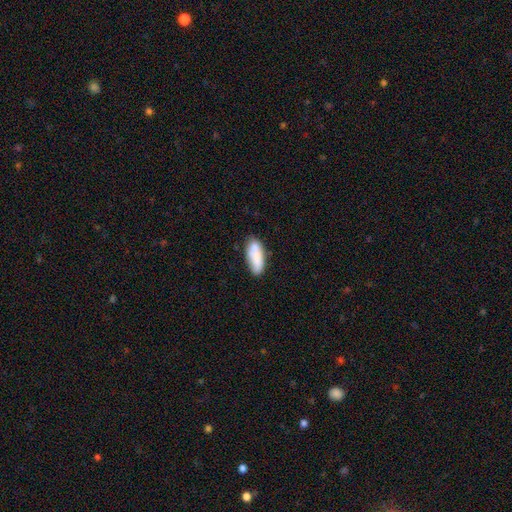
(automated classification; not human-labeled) Smooth or featured: smooth — 78% (featured or disk — 16%)
How rounded: in between — 74% (cigar-shaped — 24%)
Merging: none — 65% (minor disturbance — 22%)